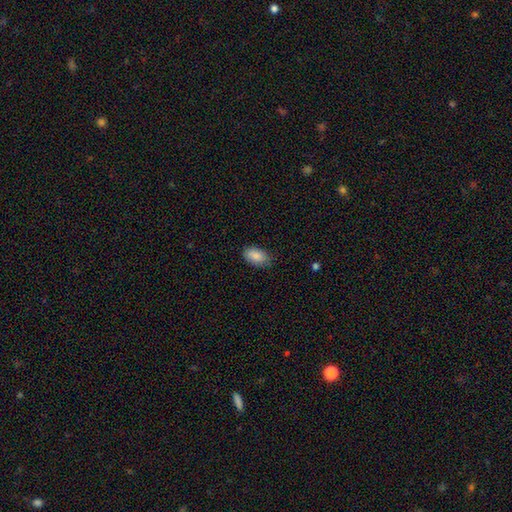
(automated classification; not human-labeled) Morphology: type=smooth (88%); roundness=in between (93%); merging=none (81%).